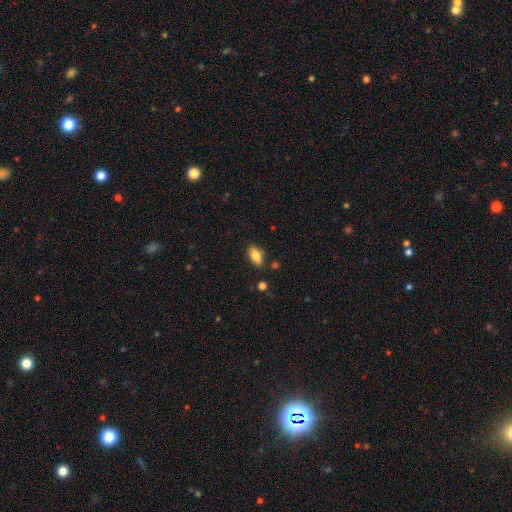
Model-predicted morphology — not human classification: Smooth or featured: smooth — 81% (featured or disk — 12%)
How rounded: in between — 90% (cigar-shaped — 6%)
Merging: none — 84% (minor disturbance — 11%)